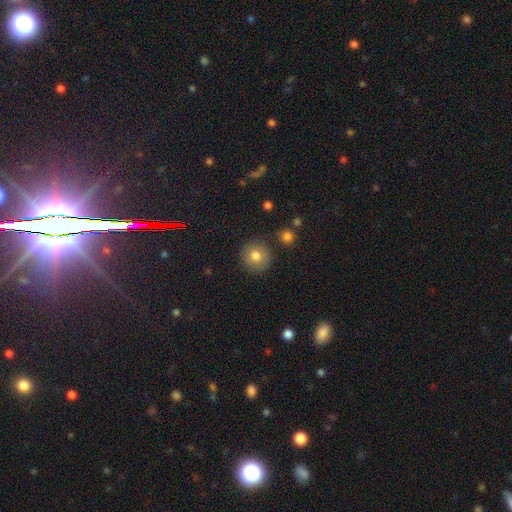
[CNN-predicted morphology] Smooth or featured: smooth — 79% (featured or disk — 10%)
How rounded: round — 92% (in between — 7%)
Merging: none — 86% (minor disturbance — 9%)